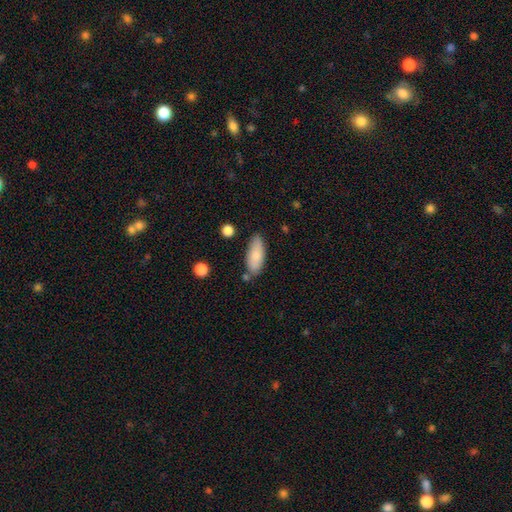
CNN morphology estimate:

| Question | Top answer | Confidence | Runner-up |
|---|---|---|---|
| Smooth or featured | smooth | 80% | featured or disk (14%) |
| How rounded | in between | 80% | cigar-shaped (18%) |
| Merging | none | 75% | minor disturbance (17%) |